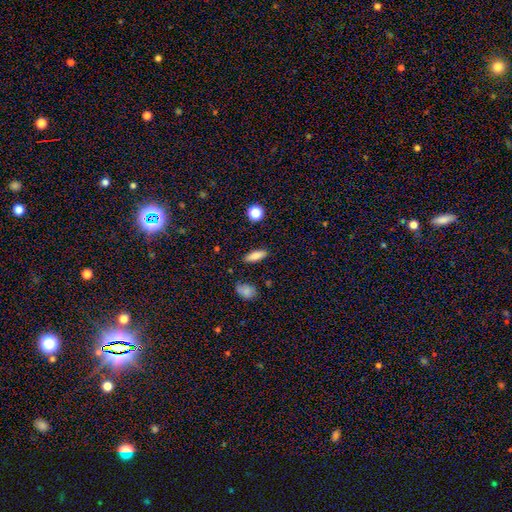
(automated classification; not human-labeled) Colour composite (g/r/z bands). It shows a smooth galaxy with no disk features (81%) that is in between round and cigar-shaped (64%). Merging: none (86%).